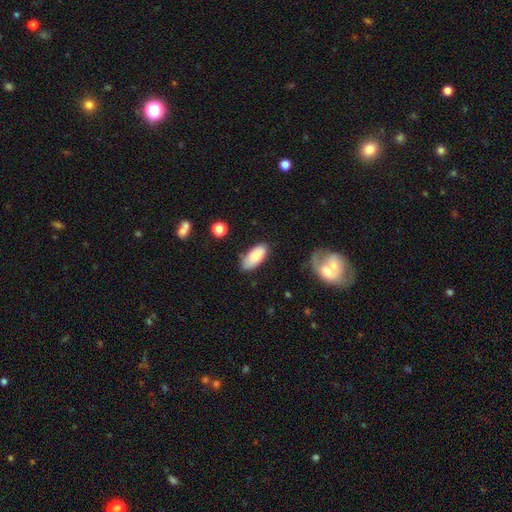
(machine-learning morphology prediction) The model was most divided on "merging": none: 70%, minor disturbance: 22%, major disturbance: 4%, merger: 3%. More confident: how rounded — in between (89%); smooth or featured — smooth (82%).